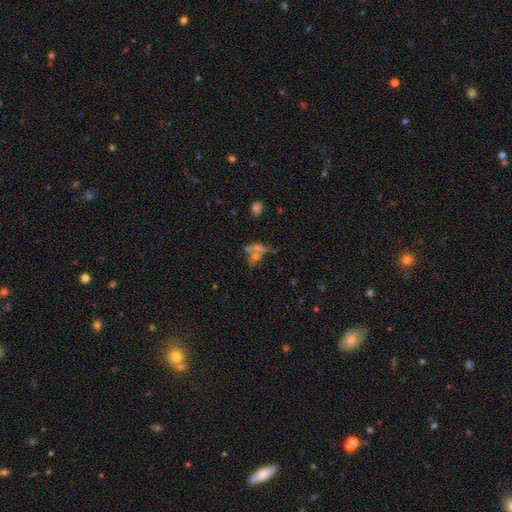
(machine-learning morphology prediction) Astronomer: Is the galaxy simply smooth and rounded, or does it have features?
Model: smooth — 35% (runner-up: featured or disk, 34%).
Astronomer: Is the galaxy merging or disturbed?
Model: none — 41% (runner-up: merger, 35%).